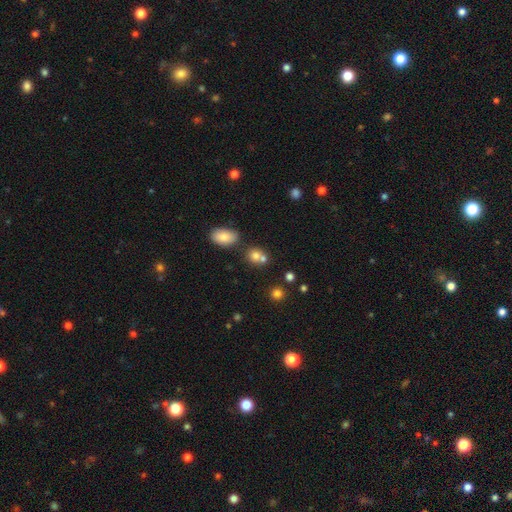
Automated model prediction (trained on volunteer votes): Q: Smooth or featured?
A: smooth (76%); runner-up: star or artifact (13%)
Q: How rounded?
A: round (71%); runner-up: in between (28%)
Q: Merging?
A: none (45%); runner-up: merger (43%)